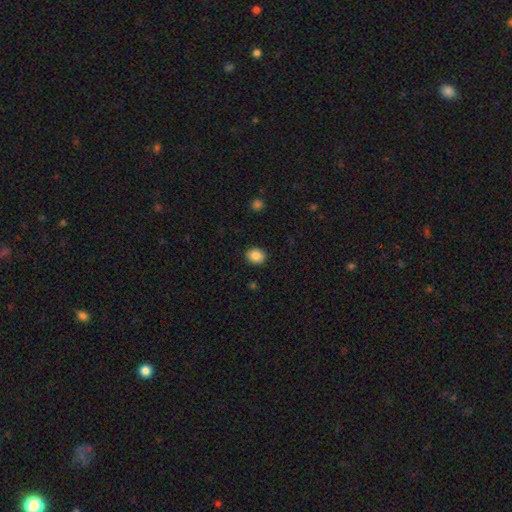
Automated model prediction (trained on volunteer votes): This appears to be a smooth galaxy with no disk features (87%) that is round (56%). Merging: none (90%).